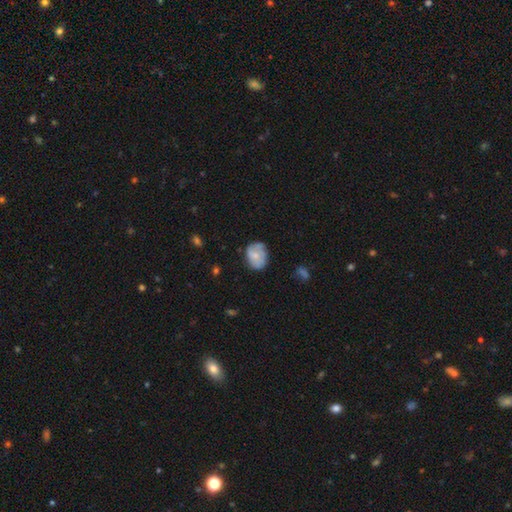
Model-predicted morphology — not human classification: Smooth or featured: smooth — 59% (featured or disk — 34%)
How rounded: in between — 59% (round — 40%)
Merging: none — 55% (minor disturbance — 31%)